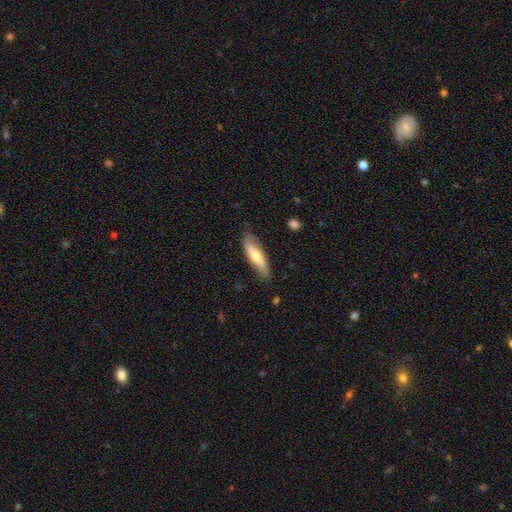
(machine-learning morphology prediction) The model was most divided on "how rounded": cigar-shaped: 57%, in between: 41%, round: 2%. More confident: merging — none (78%); smooth or featured — smooth (58%).